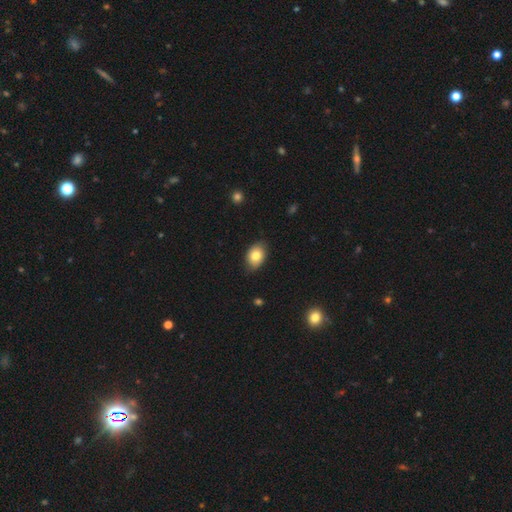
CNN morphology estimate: Smooth or featured? Predicted: smooth (p=0.79). How rounded? Predicted: in between (p=0.77). Merging? Predicted: none (p=0.77).